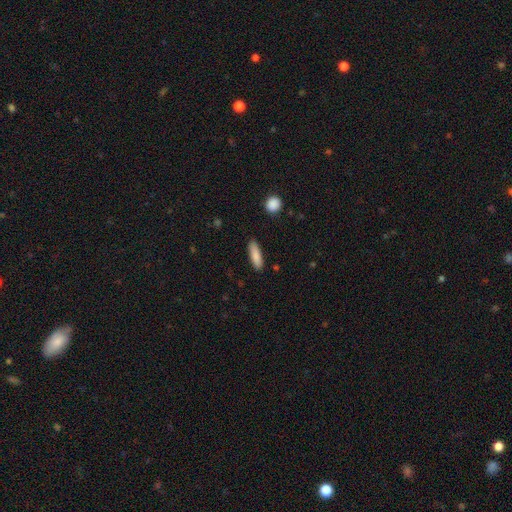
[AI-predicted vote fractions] A smooth galaxy with no disk features (85%) that is cigar-shaped (61%). Merging: none (86%).